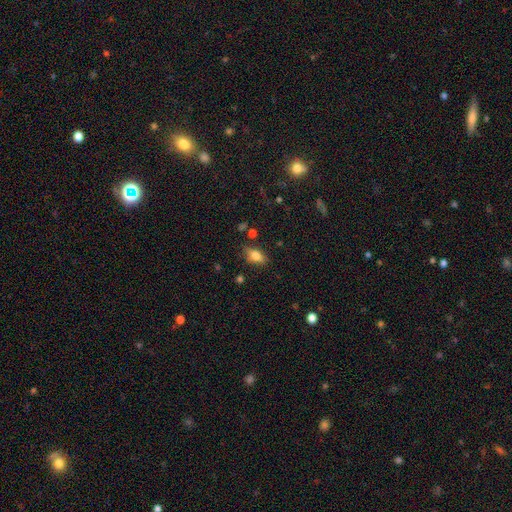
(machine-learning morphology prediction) Smooth or featured? Predicted: smooth (p=0.73). How rounded? Predicted: in between (p=0.84). Merging? Predicted: none (p=0.77).